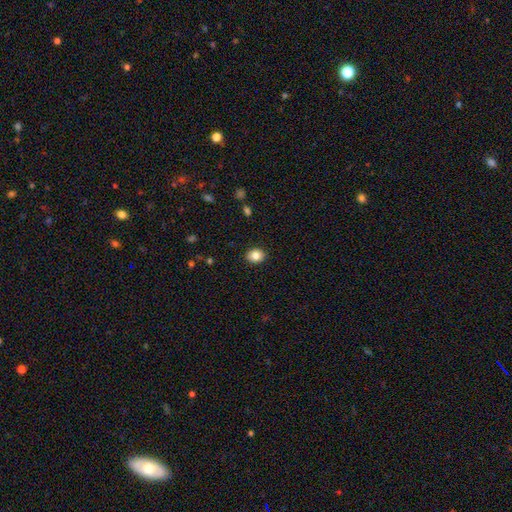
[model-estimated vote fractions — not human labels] Q: Smooth or featured?
A: smooth (83%); runner-up: star or artifact (9%)
Q: How rounded?
A: round (54%); runner-up: in between (45%)
Q: Merging?
A: none (90%); runner-up: minor disturbance (7%)